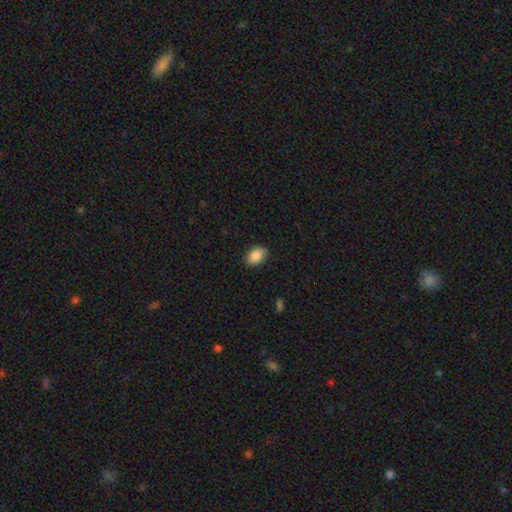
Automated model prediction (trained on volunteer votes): A smooth galaxy with no disk features (89%) that is in between round and cigar-shaped (85%). Merging: none (86%).